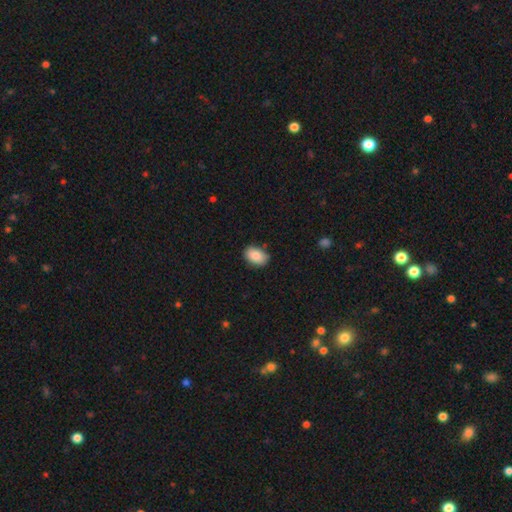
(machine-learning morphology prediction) A smooth galaxy with no disk features (86%) that is in between round and cigar-shaped (84%).

Vote fractions:
- Smooth or featured? smooth: 86% / star or artifact: 7% / featured or disk: 7%
- How rounded? in between: 84% / round: 14% / cigar-shaped: 1%
- Merging? none: 79% / minor disturbance: 16% / major disturbance: 3% / merger: 2%